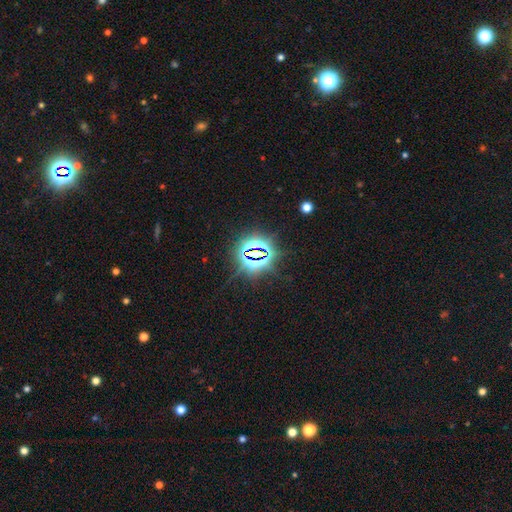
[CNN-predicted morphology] Smooth or featured?
  - star or artifact: 82% *
  - smooth: 10%
  - featured or disk: 8%